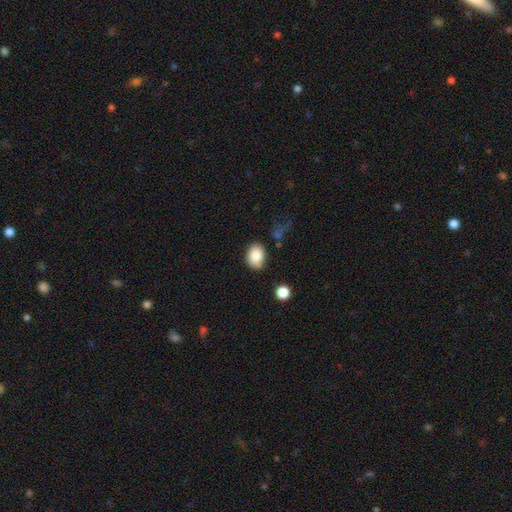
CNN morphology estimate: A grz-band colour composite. It shows a smooth galaxy with no disk features (86%) that is in between round and cigar-shaped (64%). Merging: none (77%).